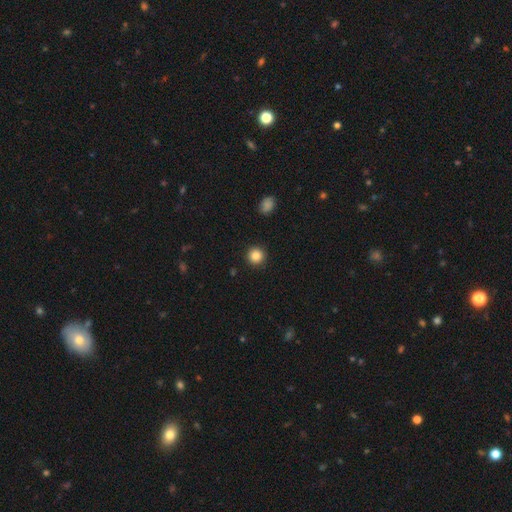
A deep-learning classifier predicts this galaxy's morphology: Q: Smooth or featured?
A: smooth (85%); runner-up: star or artifact (11%)
Q: How rounded?
A: round (95%); runner-up: in between (4%)
Q: Merging?
A: none (93%); runner-up: minor disturbance (5%)